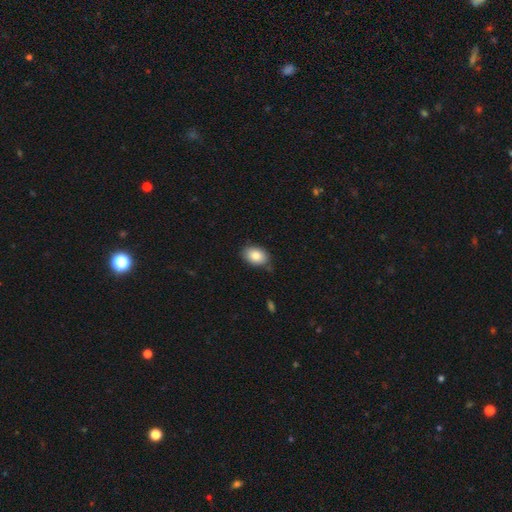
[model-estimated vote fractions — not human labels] A smooth galaxy with no disk features (84%) that is in between round and cigar-shaped (80%).

Vote fractions:
- Smooth or featured? smooth: 84% / featured or disk: 8% / star or artifact: 8%
- How rounded? in between: 80% / round: 19% / cigar-shaped: 1%
- Merging? none: 77% / minor disturbance: 18% / major disturbance: 3% / merger: 2%